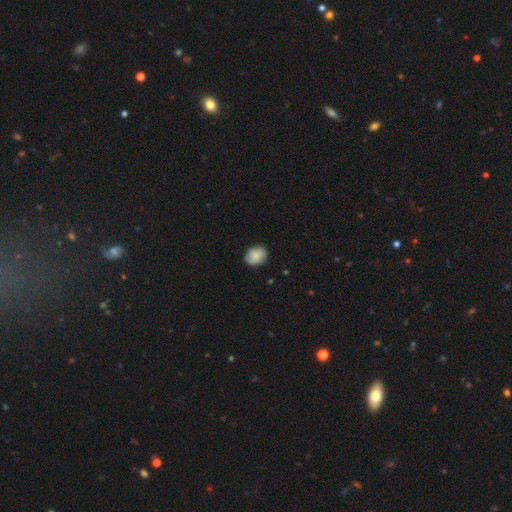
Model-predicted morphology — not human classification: Smooth or featured? Predicted: smooth (p=0.78). How rounded? Predicted: in between (p=0.58). Merging? Predicted: none (p=0.81).